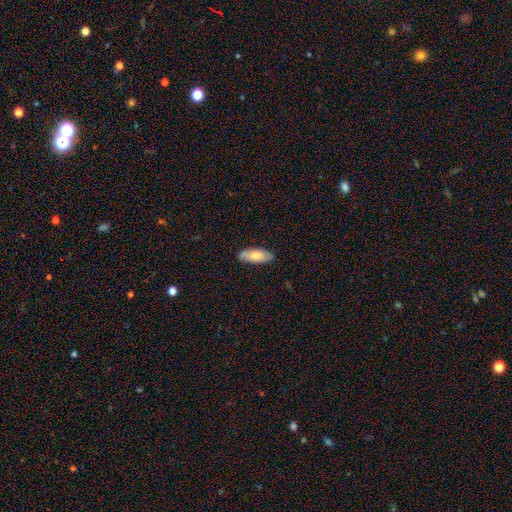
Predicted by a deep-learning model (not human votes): smooth 75%, featured or disk 20%, star or artifact 6%. Down the decision tree: how rounded — in between (79%); merging — none (84%).